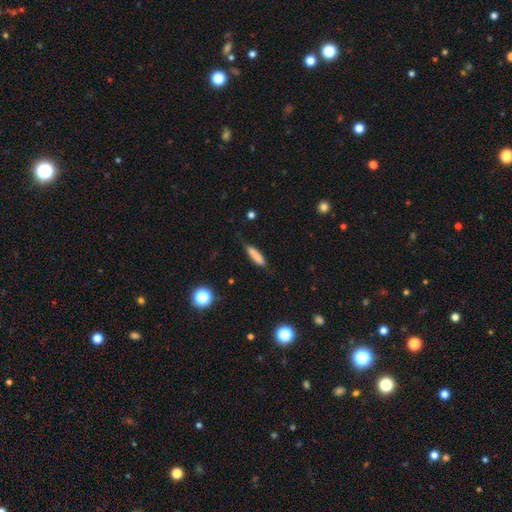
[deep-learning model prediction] Overall: smooth (83%). How rounded: cigar-shaped (74%). Merging: none (80%).